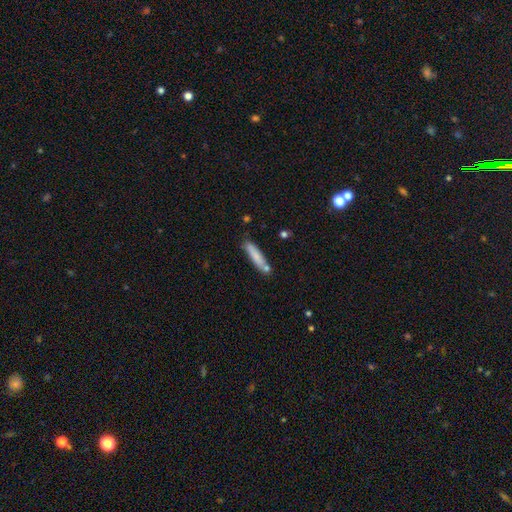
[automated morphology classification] A smooth galaxy with no disk features (77%) that is cigar-shaped (83%).

Vote fractions:
- Smooth or featured? smooth: 77% / featured or disk: 16% / star or artifact: 6%
- How rounded? cigar-shaped: 83% / in between: 16% / round: 2%
- Merging? none: 71% / minor disturbance: 15% / merger: 10% / major disturbance: 3%